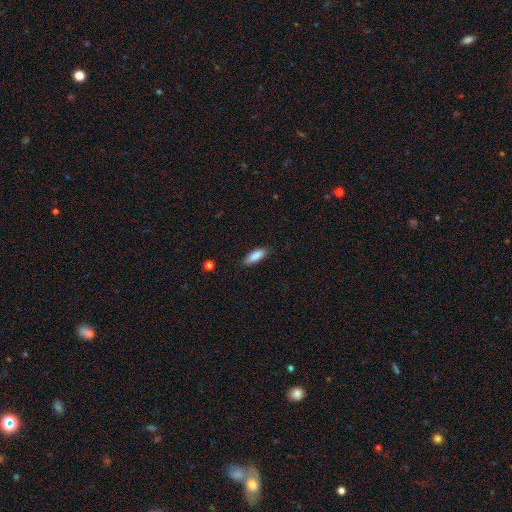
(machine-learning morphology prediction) Overall: smooth (86%). How rounded: in between (64%; cigar-shaped 35%). Merging: none (85%).